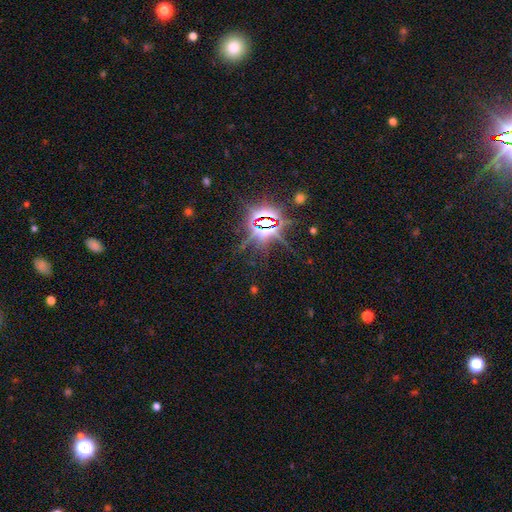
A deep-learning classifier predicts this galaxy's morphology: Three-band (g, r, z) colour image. It shows a star or artifact, not a galaxy (85%).